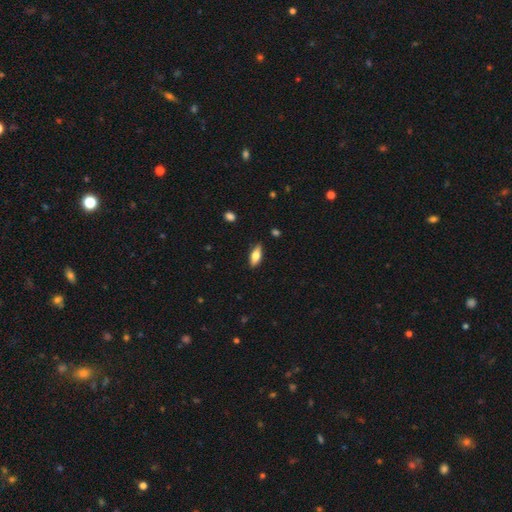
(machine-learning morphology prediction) Q: Smooth or featured?
A: smooth (63%); runner-up: featured or disk (30%)
Q: How rounded?
A: in between (74%); runner-up: cigar-shaped (24%)
Q: Merging?
A: none (87%); runner-up: minor disturbance (10%)